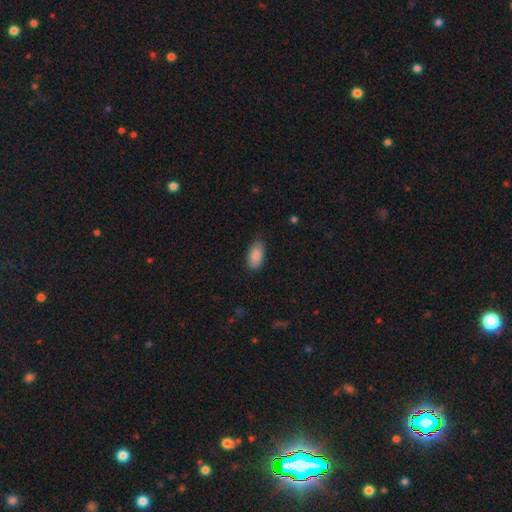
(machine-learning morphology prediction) This appears to be a smooth galaxy with no disk features (87%) that is in between round and cigar-shaped (93%). Merging: none (81%).